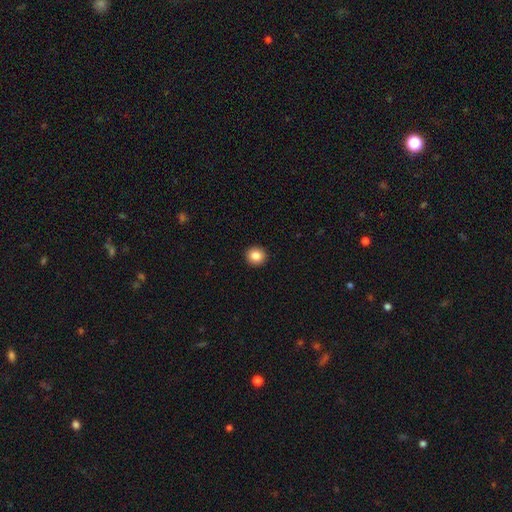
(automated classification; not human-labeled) Q: Smooth or featured?
A: smooth (85%); runner-up: star or artifact (10%)
Q: How rounded?
A: round (92%); runner-up: in between (7%)
Q: Merging?
A: none (93%); runner-up: minor disturbance (4%)